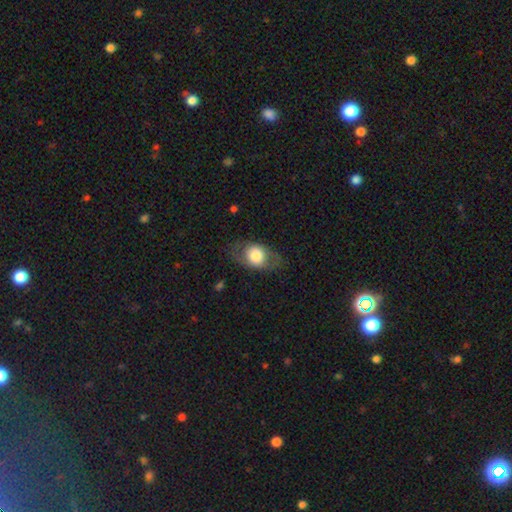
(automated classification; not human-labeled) smooth-or-featured: smooth: 62% | featured or disk: 31% | star or artifact: 7%
  how-rounded: in between: 66% | round: 32% | cigar-shaped: 2%
  merging: none: 74% | minor disturbance: 16% | major disturbance: 9% | merger: 1%